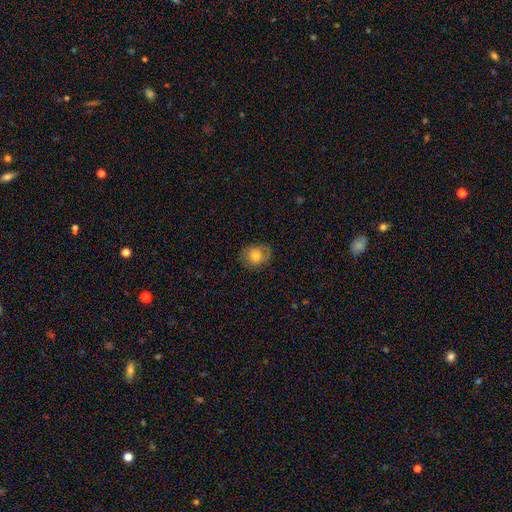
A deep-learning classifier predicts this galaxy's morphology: A smooth galaxy with no disk features (76%) that is round (65%). Merging: none (79%).